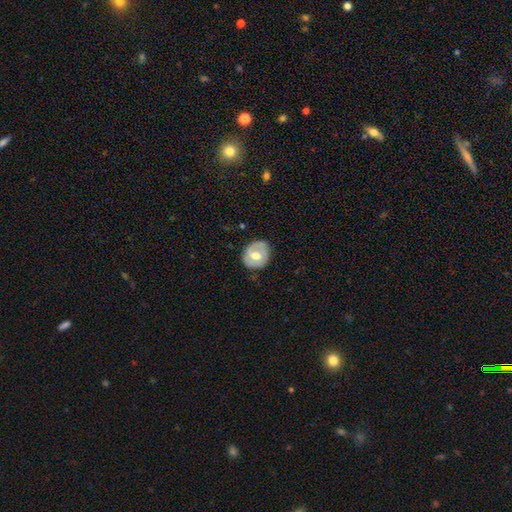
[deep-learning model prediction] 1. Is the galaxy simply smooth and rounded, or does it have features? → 47% smooth (tied), 47% featured or disk (tied), 6% star or artifact.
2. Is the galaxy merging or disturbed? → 77% none, 18% minor disturbance, 4% major disturbance, 1% merger.